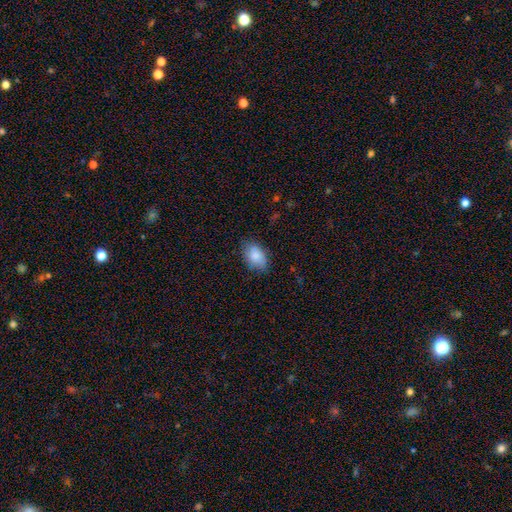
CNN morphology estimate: smooth 85%, featured or disk 8%, star or artifact 7%. Down the decision tree: how rounded — in between (90%); merging — none (79%).